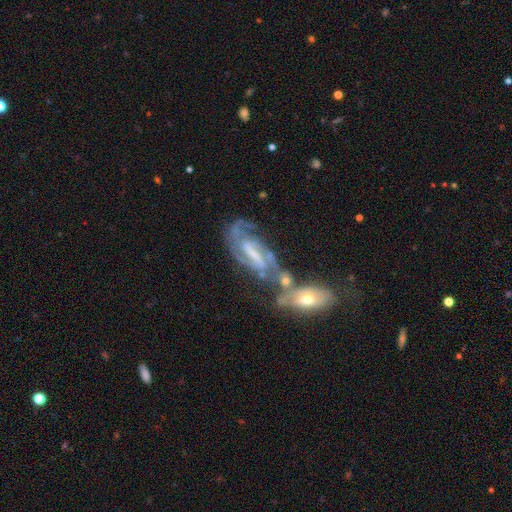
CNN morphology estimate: Q: Smooth or featured?
A: featured or disk (80%); runner-up: smooth (12%)
Q: Edge-on disk?
A: no (91%); runner-up: yes (9%)
Q: Bar?
A: weak (45%); runner-up: strong (29%)
Q: Spiral arms?
A: yes (91%); runner-up: no (9%)
Q: Spiral winding?
A: medium (44%); runner-up: tight (42%)
Q: Spiral arm count?
A: 2 (63%); runner-up: can't tell (21%)
Q: Bulge size?
A: small (49%); runner-up: moderate (32%)
Q: Merging?
A: none (38%); tied with: merger (38%)